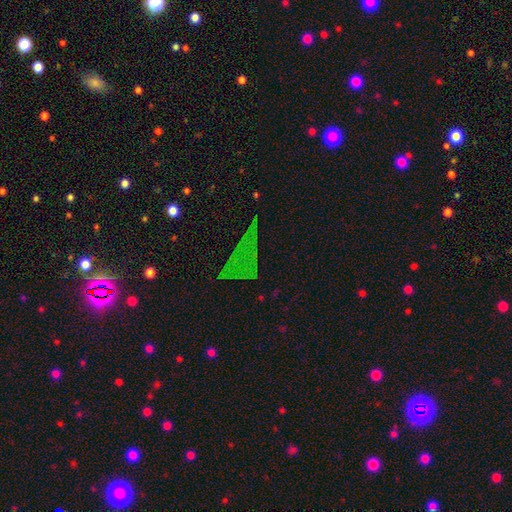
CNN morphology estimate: smooth-or-featured: star or artifact: 69% | smooth: 18% | featured or disk: 13%